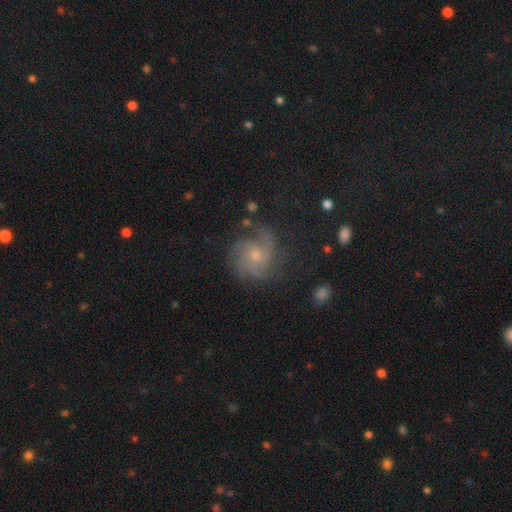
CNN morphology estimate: Smooth or featured? featured or disk (77%)
Edge-on disk? no (98%)
Bar? no (76%)
Spiral arms? yes (95%)
Spiral winding? medium (45%)
Spiral arm count? 3 (32%)
Bulge size? small (63%)
Merging? none (70%)